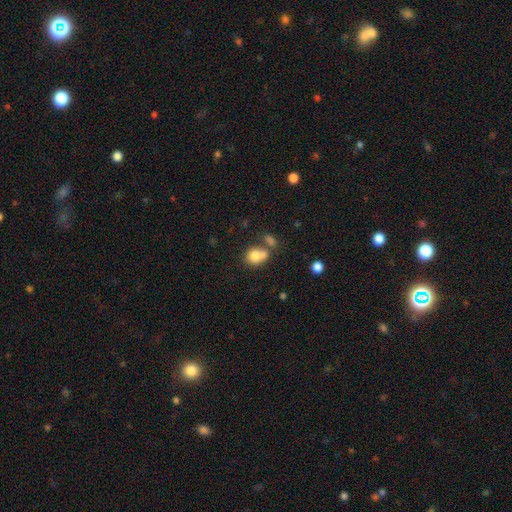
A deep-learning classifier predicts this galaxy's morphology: A smooth galaxy with no disk features (78%) that is round (58%). Merging: merger (45%).